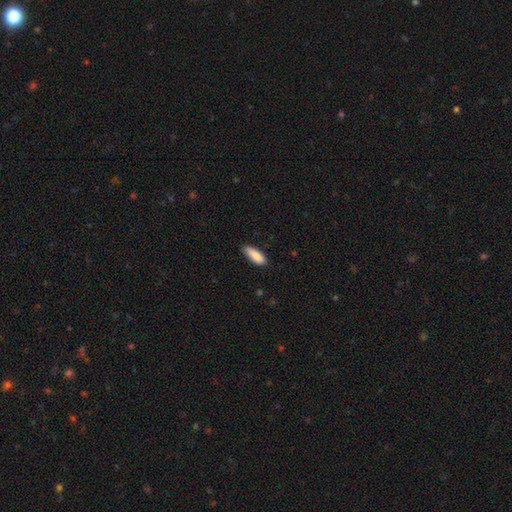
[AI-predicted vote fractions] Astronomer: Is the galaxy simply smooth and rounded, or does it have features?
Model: smooth — 87%.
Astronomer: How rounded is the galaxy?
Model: in between — 65%.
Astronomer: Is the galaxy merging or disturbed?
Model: none — 80%.